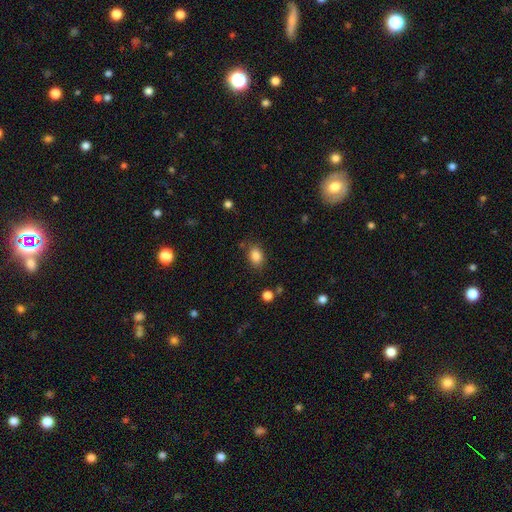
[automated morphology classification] Smooth or featured? smooth (85%)
How rounded? in between (74%)
Merging? none (80%)